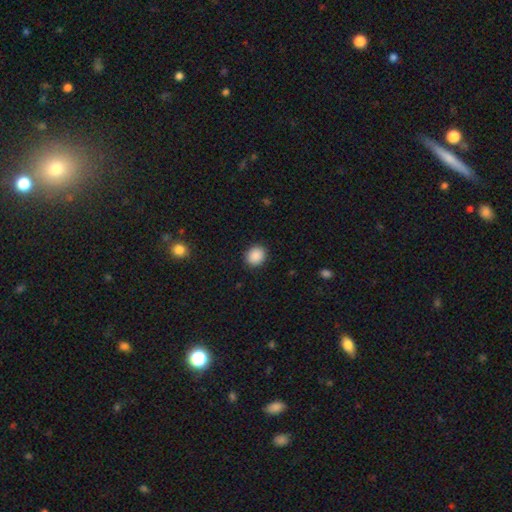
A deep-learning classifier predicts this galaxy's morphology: Overall: smooth (89%). How rounded: round (71%). Merging: none (91%).